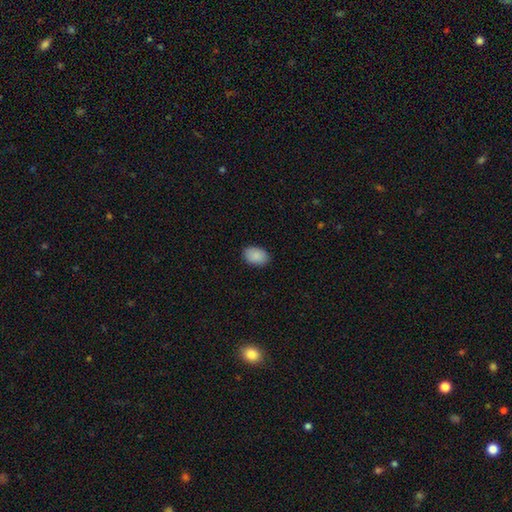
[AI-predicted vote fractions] Smooth or featured? smooth (90%)
How rounded? in between (85%)
Merging? none (88%)